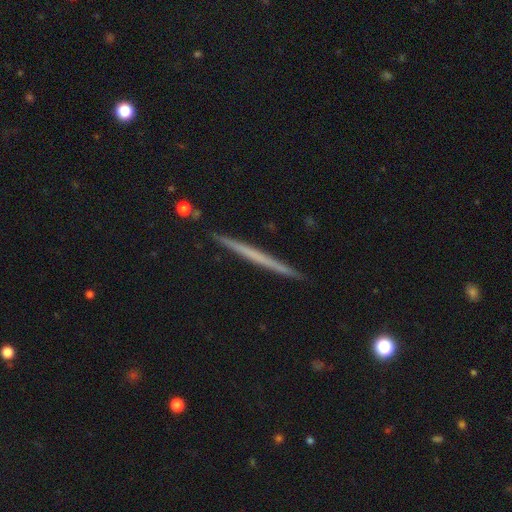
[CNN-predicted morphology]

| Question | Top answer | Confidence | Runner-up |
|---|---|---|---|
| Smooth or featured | featured or disk | 53% | smooth (41%) |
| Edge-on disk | yes | 98% | no (2%) |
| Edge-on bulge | none | 92% | rounded (5%) |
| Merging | none | 92% | minor disturbance (6%) |